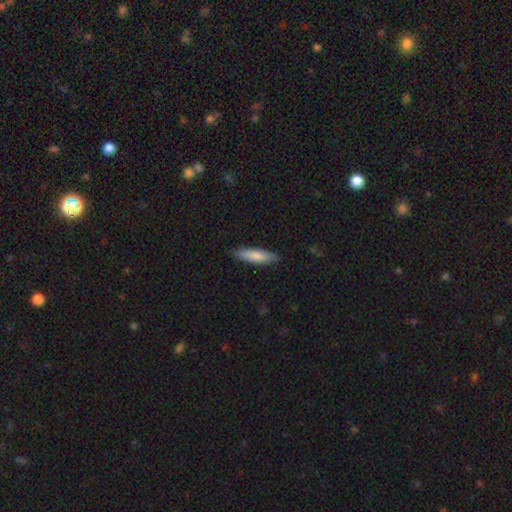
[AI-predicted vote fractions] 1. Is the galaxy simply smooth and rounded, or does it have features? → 80% smooth, 14% featured or disk, 5% star or artifact.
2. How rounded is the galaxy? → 65% cigar-shaped, 33% in between, 1% round.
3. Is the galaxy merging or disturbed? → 86% none, 11% minor disturbance, 2% major disturbance, 1% merger.